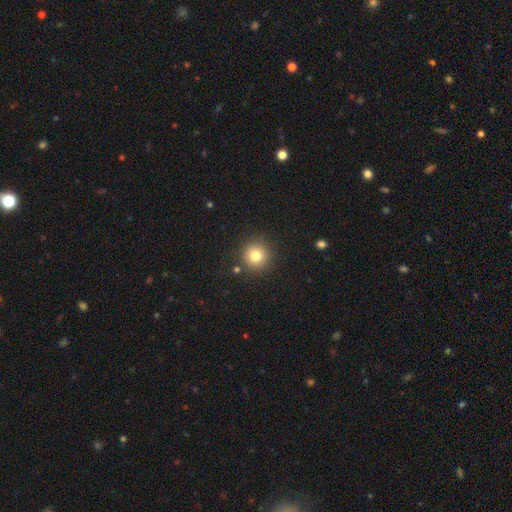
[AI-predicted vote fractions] smooth-or-featured: smooth: 79% | star or artifact: 13% | featured or disk: 8%
  how-rounded: round: 95% | in between: 4% | cigar-shaped: 1%
  merging: none: 88% | minor disturbance: 6% | merger: 3% | major disturbance: 3%